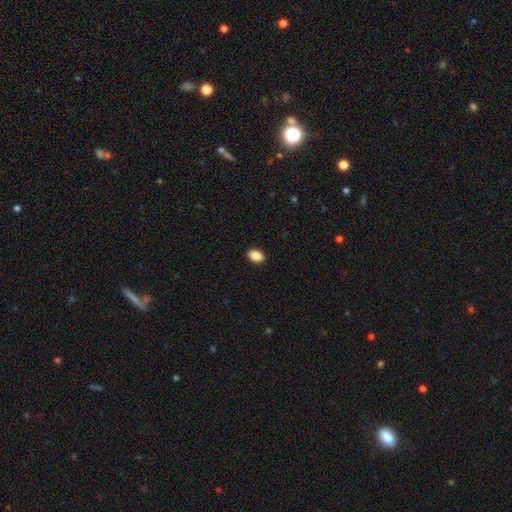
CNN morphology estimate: Smooth or featured: smooth — 88% (star or artifact — 8%)
How rounded: in between — 85% (round — 14%)
Merging: none — 91% (minor disturbance — 7%)